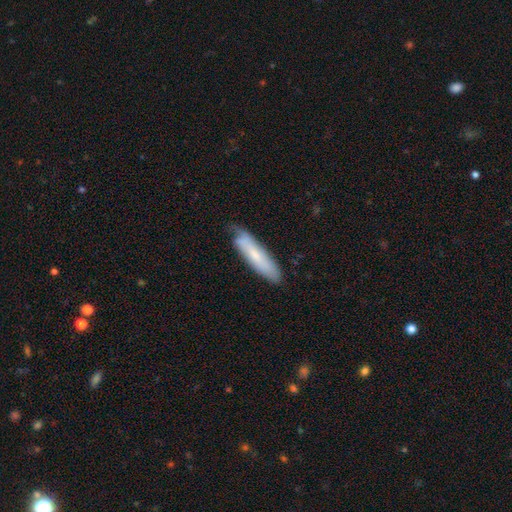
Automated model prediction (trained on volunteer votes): Overall: smooth (58%; featured or disk 34%). How rounded: cigar-shaped (77%). Merging: none (76%).